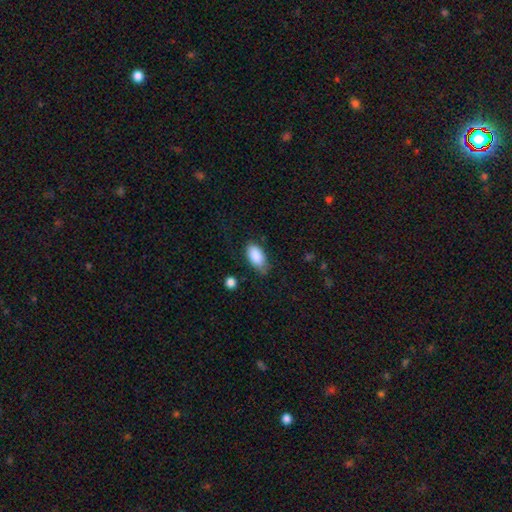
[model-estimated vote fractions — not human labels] Smooth or featured? Predicted: smooth (p=0.88). How rounded? Predicted: in between (p=0.94). Merging? Predicted: none (p=0.70).